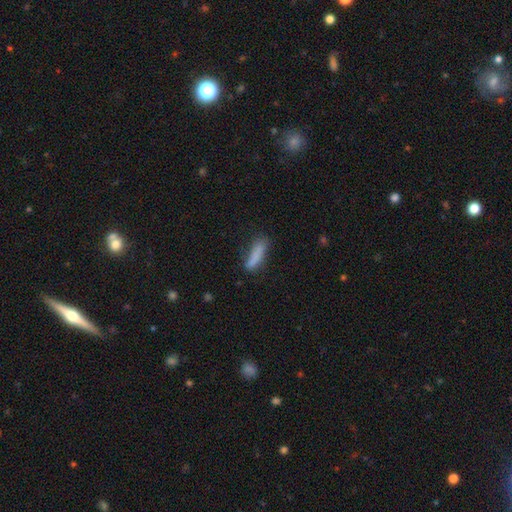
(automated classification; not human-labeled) Smooth or featured? Predicted: smooth (p=0.81). How rounded? Predicted: cigar-shaped (p=0.73). Merging? Predicted: none (p=0.62).